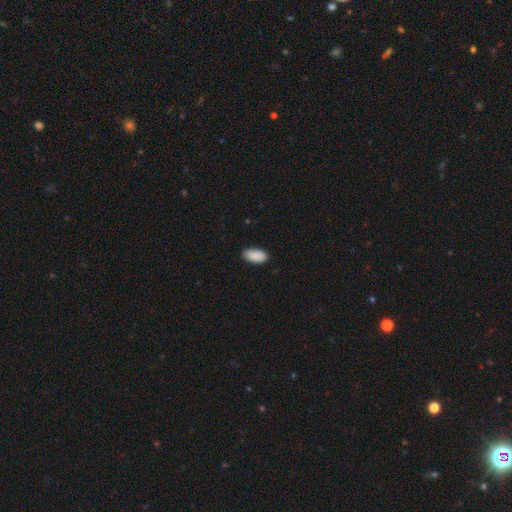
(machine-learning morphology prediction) A smooth galaxy with no disk features (91%) that is in between round and cigar-shaped (94%). Merging: none (87%).